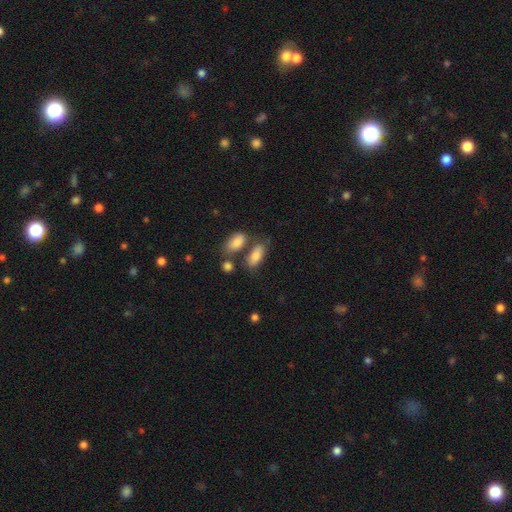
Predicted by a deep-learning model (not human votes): Morphology: type=smooth (81%); roundness=in between (85%); merging=none (58%).